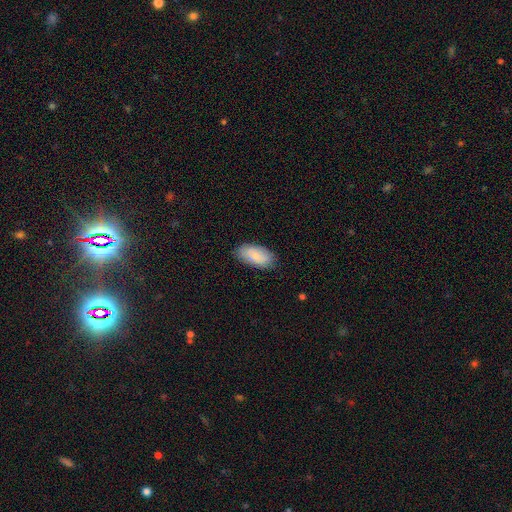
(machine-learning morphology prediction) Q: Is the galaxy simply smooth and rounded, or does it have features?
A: smooth — 79%.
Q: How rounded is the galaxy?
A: in between — 94%.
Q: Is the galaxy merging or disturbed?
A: none — 82%.